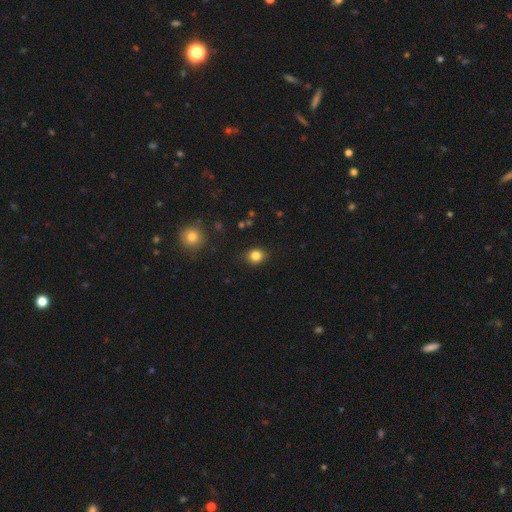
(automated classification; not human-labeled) Smooth or featured? Predicted: smooth (p=0.83). How rounded? Predicted: round (p=0.67). Merging? Predicted: none (p=0.86).